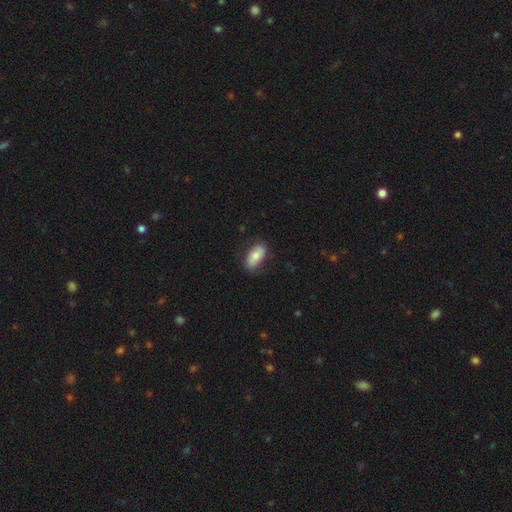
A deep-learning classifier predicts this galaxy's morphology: smooth-or-featured: smooth: 71% | featured or disk: 22% | star or artifact: 6%
  how-rounded: in between: 92% | cigar-shaped: 4% | round: 4%
  merging: none: 77% | minor disturbance: 18% | major disturbance: 4% | merger: 1%